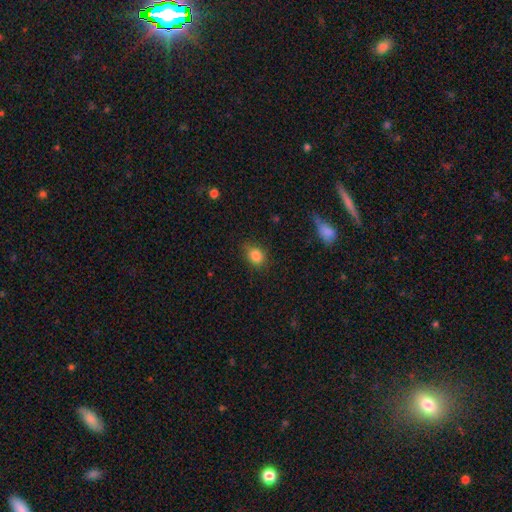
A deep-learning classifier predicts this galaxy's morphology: Q: Smooth or featured?
A: smooth (85%); runner-up: star or artifact (10%)
Q: How rounded?
A: round (51%); runner-up: in between (47%)
Q: Merging?
A: none (78%); runner-up: minor disturbance (17%)